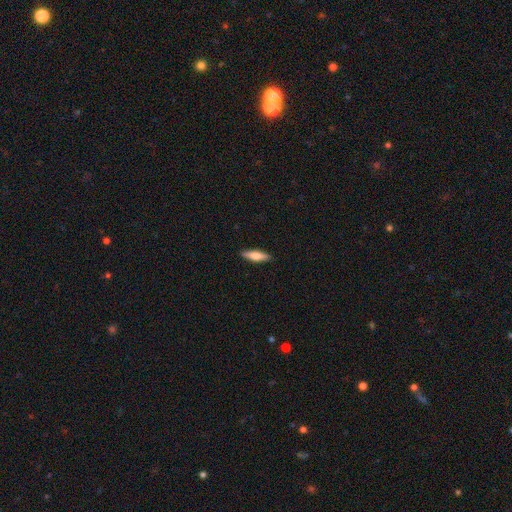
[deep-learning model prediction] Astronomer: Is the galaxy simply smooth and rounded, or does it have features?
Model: smooth — 68%.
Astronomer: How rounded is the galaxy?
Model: cigar-shaped — 63%.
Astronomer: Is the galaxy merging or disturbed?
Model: none — 90%.